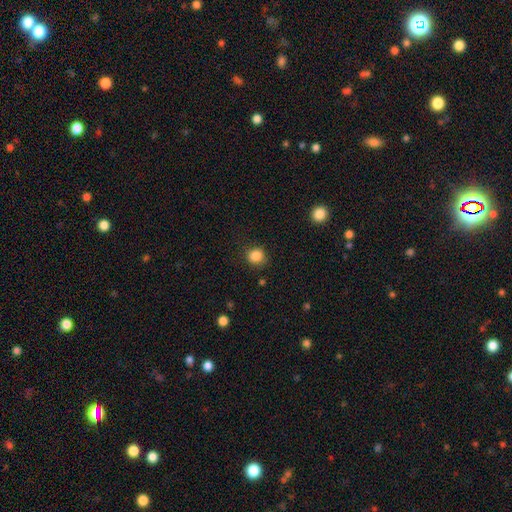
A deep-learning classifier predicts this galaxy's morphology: Smooth or featured: smooth — 86% (star or artifact — 11%)
How rounded: round — 90% (in between — 9%)
Merging: none — 87% (minor disturbance — 9%)